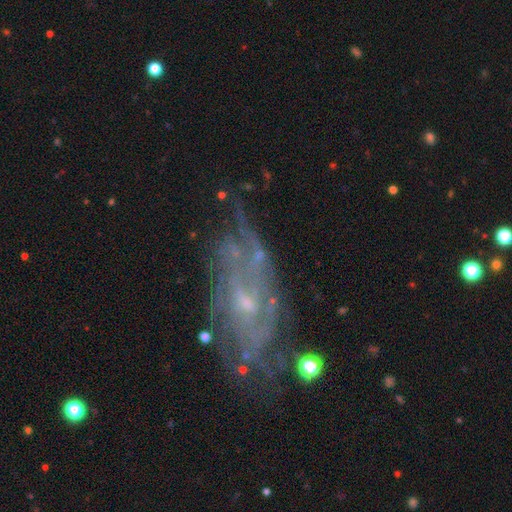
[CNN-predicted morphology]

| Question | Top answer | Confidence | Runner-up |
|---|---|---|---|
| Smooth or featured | featured or disk | 81% | smooth (10%) |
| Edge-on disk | no | 92% | yes (8%) |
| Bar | no | 52% | weak (40%) |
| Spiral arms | yes | 84% | no (16%) |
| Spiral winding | tight | 46% | medium (37%) |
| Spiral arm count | can't tell | 50% | 2 (18%) |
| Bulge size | small | 70% | moderate (20%) |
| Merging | none | 60% | minor disturbance (22%) |